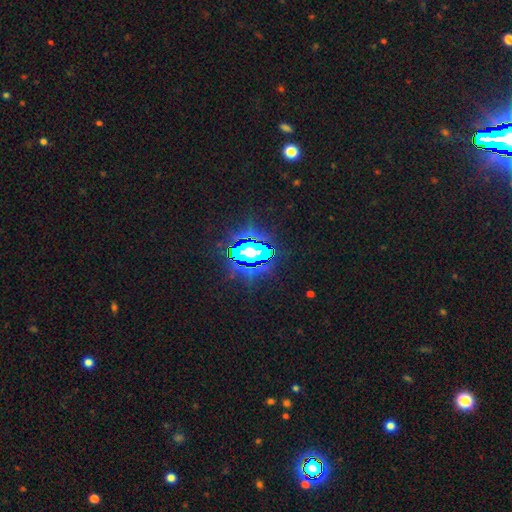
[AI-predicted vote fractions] A star or artifact, not a galaxy (80%).